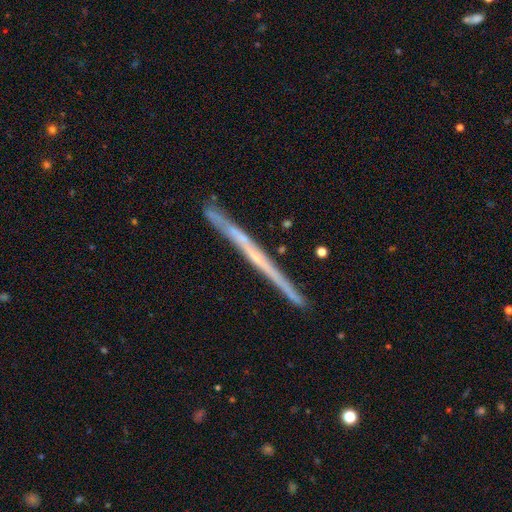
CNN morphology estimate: type=featured or disk (72%); edge-on=yes (98%); edge-on bulge=none (76%); merging=none (89%).